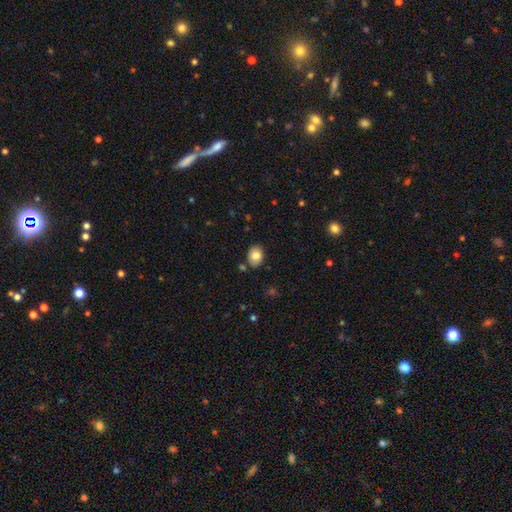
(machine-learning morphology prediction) smooth_or_featured: smooth (p=0.81) [alt: featured or disk p=0.10]
how_rounded: in between (p=0.63) [alt: round p=0.37]
merging: none (p=0.82) [alt: minor disturbance p=0.11]